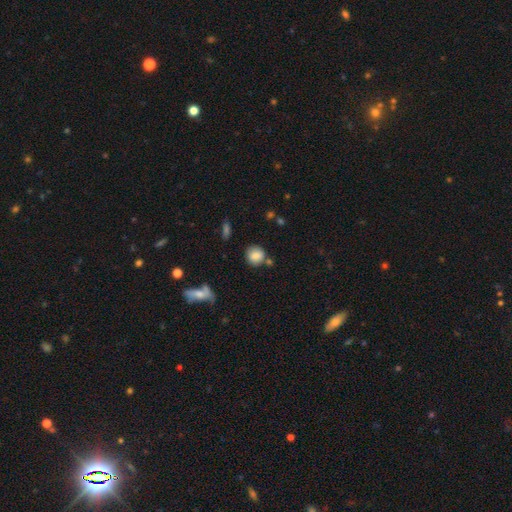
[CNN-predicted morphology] smooth-or-featured: smooth: 83% | star or artifact: 9% | featured or disk: 8%
  how-rounded: round: 84% | in between: 15% | cigar-shaped: 1%
  merging: none: 72% | minor disturbance: 14% | merger: 10% | major disturbance: 4%